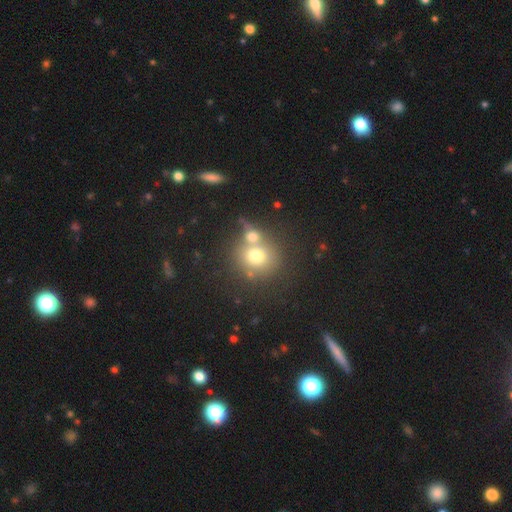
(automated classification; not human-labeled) A smooth galaxy with no disk features (70%) that is round (81%). Merging: merger (43%, tied with none).